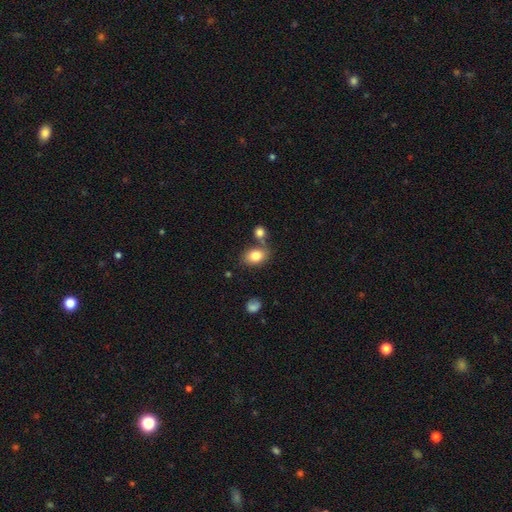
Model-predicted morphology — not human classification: Smooth or featured?
  - smooth: 82% *
  - featured or disk: 10%
  - star or artifact: 9%
How rounded?
  - in between: 73% *
  - round: 26%
  - cigar-shaped: 1%
Merging?
  - none: 61% *
  - merger: 20%
  - minor disturbance: 15%
  - major disturbance: 4%